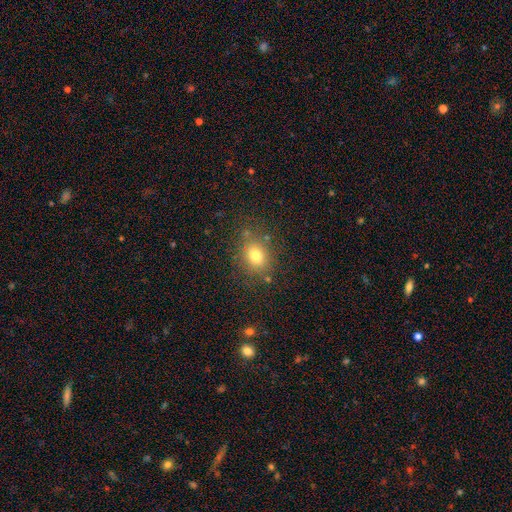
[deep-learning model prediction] Q: Smooth or featured?
A: smooth (76%); runner-up: star or artifact (14%)
Q: How rounded?
A: round (52%); runner-up: in between (47%)
Q: Merging?
A: none (77%); runner-up: minor disturbance (14%)